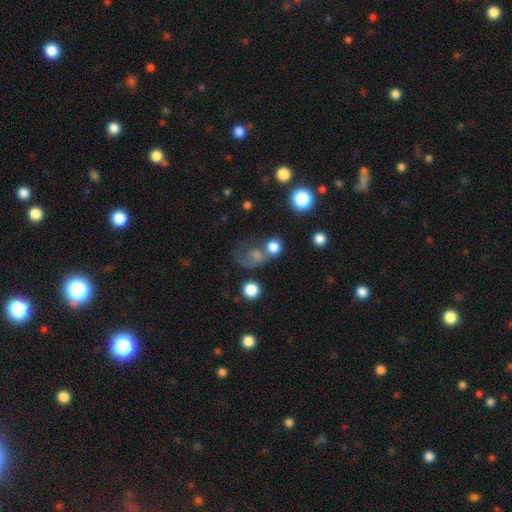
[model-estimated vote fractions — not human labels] A smooth galaxy with no disk features (59%) that is round (63%).

Vote fractions:
- Smooth or featured? smooth: 59% / featured or disk: 22% / star or artifact: 19%
- How rounded? round: 63% / in between: 35% / cigar-shaped: 2%
- Merging? none: 31% / major disturbance: 27% / merger: 26% / minor disturbance: 16%